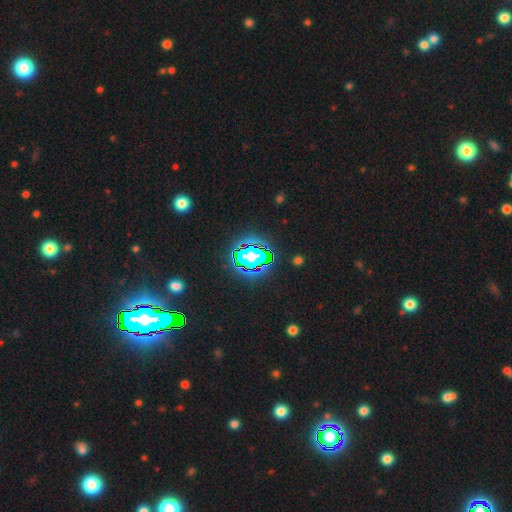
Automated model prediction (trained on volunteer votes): A star or artifact, not a galaxy (84%).